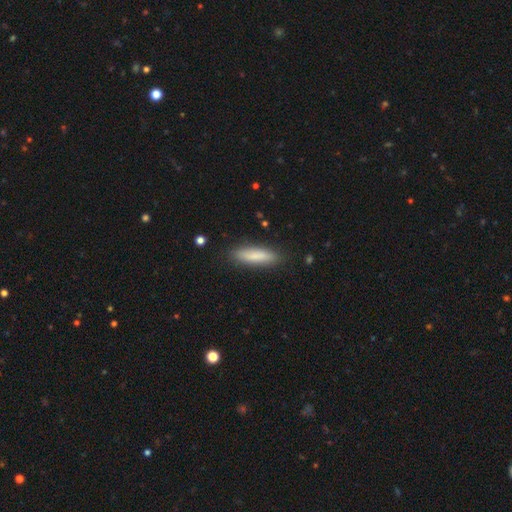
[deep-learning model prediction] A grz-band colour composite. It shows a smooth galaxy with no disk features (82%) that is cigar-shaped (65%). Merging: none (87%).